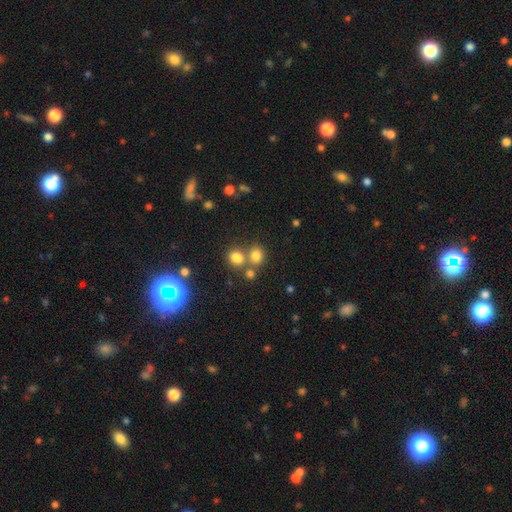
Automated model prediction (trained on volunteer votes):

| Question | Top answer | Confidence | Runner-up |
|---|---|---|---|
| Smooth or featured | smooth | 76% | star or artifact (16%) |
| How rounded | round | 70% | in between (29%) |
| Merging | none | 57% | merger (30%) |